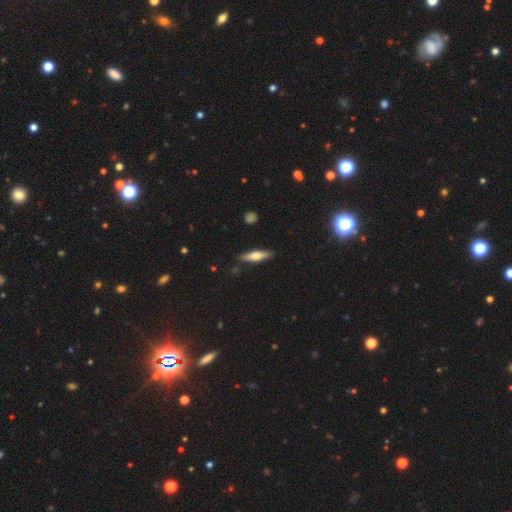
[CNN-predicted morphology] This appears to be a smooth galaxy with no disk features (50%) that is cigar-shaped (73%). Merging: none (87%).